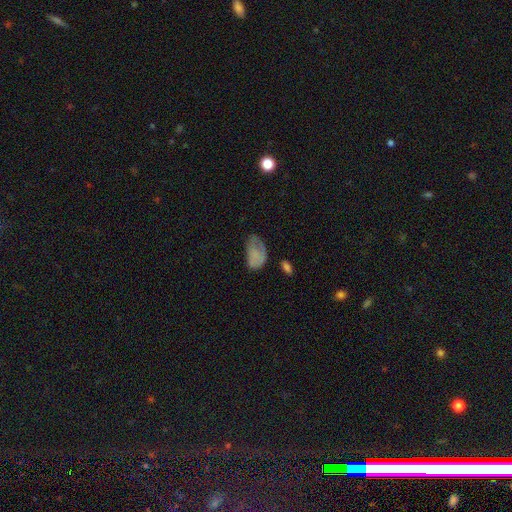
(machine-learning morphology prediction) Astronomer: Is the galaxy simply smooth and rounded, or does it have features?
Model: smooth — 72%.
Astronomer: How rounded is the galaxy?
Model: in between — 91%.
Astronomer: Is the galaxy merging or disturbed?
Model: minor disturbance — 36% (runner-up: none, 34%).